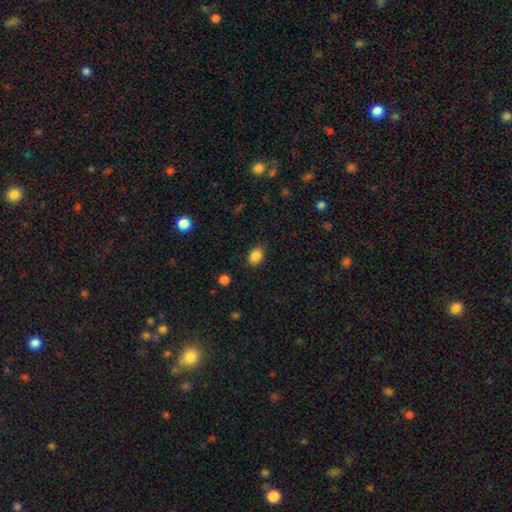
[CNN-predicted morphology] The model was most divided on "how rounded": in between: 81%, round: 18%, cigar-shaped: 1%. More confident: smooth or featured — smooth (87%); merging — none (84%).